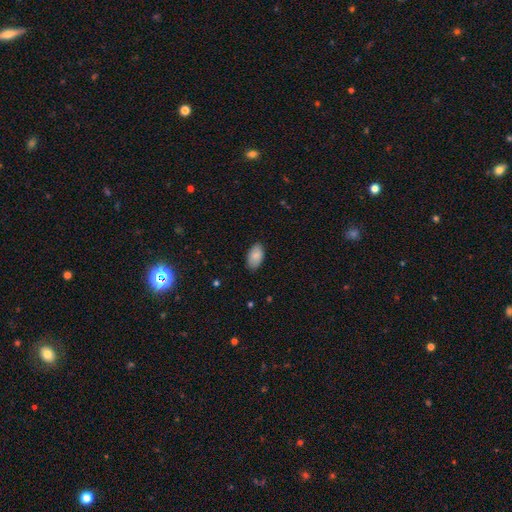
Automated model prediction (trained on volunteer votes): Smooth or featured: smooth — 87% (star or artifact — 6%)
How rounded: in between — 94% (round — 4%)
Merging: none — 83% (minor disturbance — 13%)